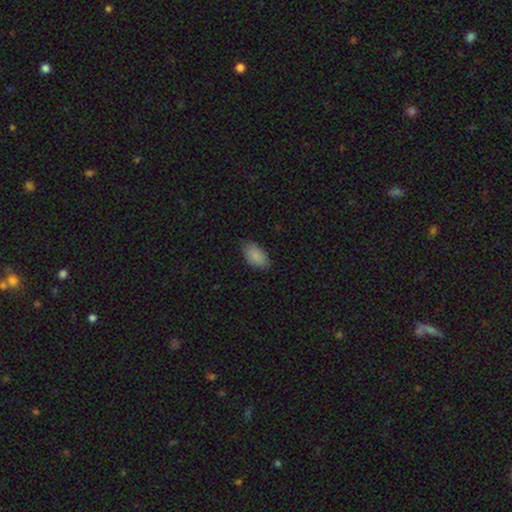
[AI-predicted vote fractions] The model was most divided on "merging": none: 79%, minor disturbance: 17%, major disturbance: 3%, merger: 1%. More confident: how rounded — in between (93%); smooth or featured — smooth (85%).